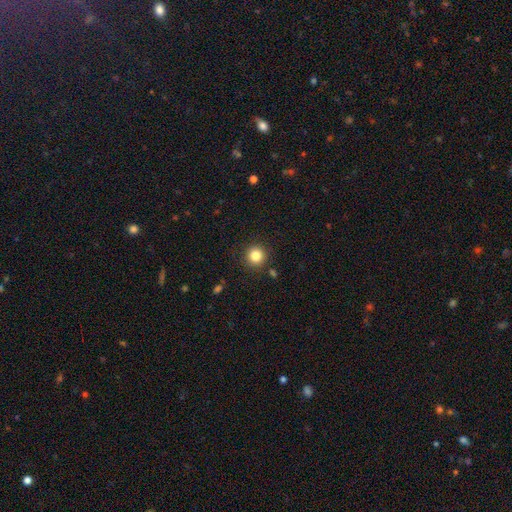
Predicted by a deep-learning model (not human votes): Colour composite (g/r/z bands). It shows a smooth galaxy with no disk features (83%) that is round (94%). Merging: none (89%).